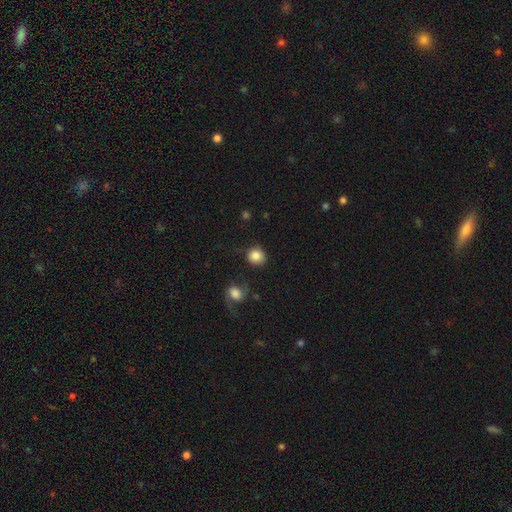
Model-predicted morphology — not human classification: A smooth galaxy with no disk features (86%) that is round (88%). Merging: none (77%).